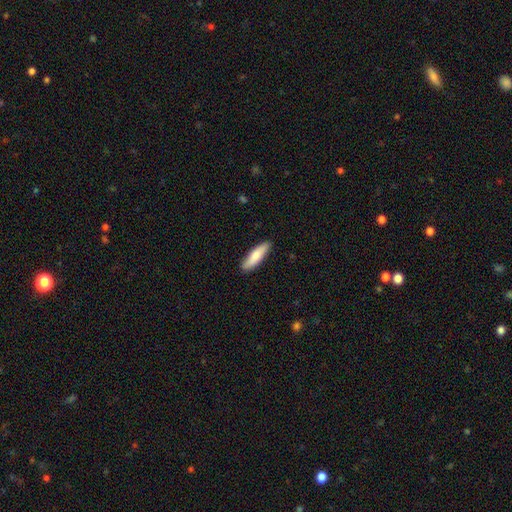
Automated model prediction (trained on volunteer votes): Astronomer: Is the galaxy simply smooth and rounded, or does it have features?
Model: smooth — 79%.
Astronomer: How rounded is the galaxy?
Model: cigar-shaped — 65%.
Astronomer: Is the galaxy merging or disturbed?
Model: none — 88%.